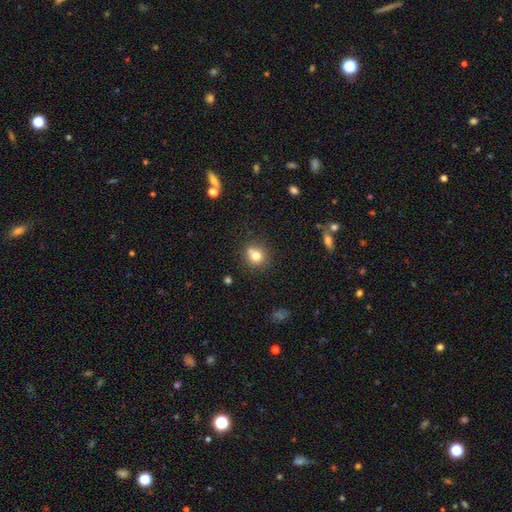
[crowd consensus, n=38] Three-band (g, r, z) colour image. It shows a smooth galaxy with no disk features (76%) that is round (93%). Merging: none (74%).